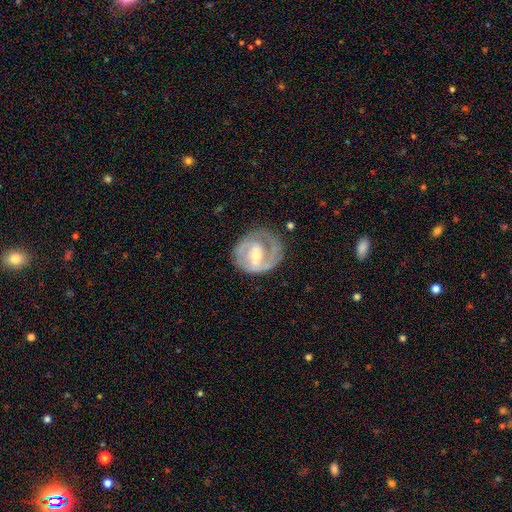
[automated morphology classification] Smooth or featured? featured or disk (80%)
Edge-on disk? no (97%)
Bar? weak (44%)
Spiral arms? yes (85%)
Spiral winding? tight (45%)
Spiral arm count? 2 (63%)
Bulge size? small (50%)
Merging? none (67%)